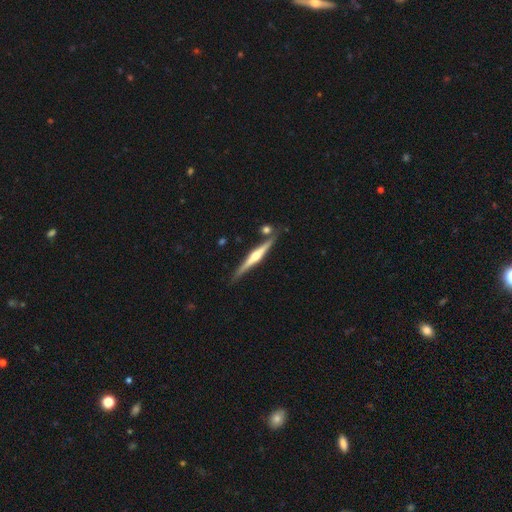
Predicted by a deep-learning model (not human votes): Overall: featured or disk (77%). Edge-on disk: yes (98%). Edge-on bulge: rounded (91%). Merging: none (82%).